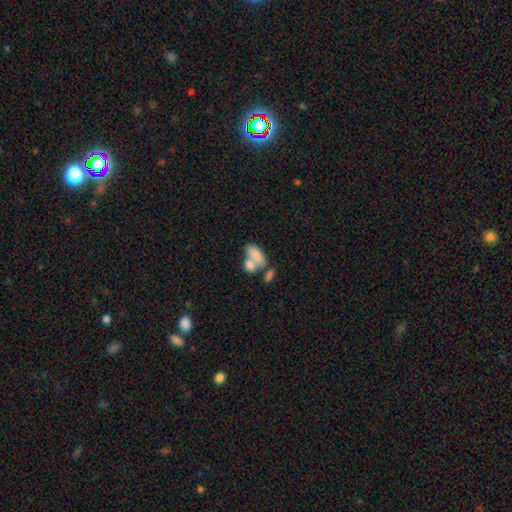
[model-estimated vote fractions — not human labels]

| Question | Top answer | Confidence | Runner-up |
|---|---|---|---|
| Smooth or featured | smooth | 77% | featured or disk (15%) |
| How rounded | in between | 89% | round (7%) |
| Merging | merger | 55% | none (28%) |